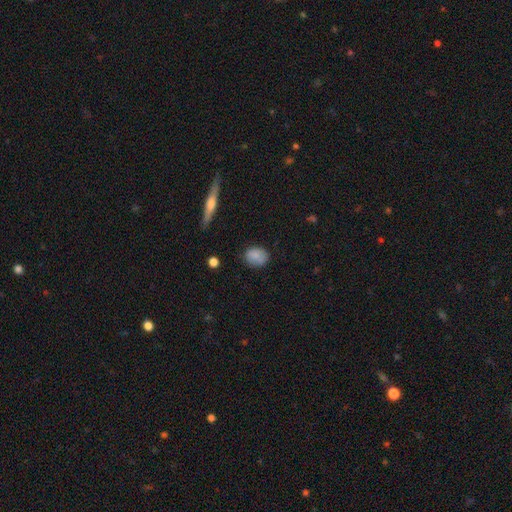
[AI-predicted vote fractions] Smooth or featured?
  - smooth: 83% *
  - featured or disk: 9%
  - star or artifact: 9%
How rounded?
  - in between: 57% *
  - round: 41%
  - cigar-shaped: 2%
Merging?
  - none: 76% *
  - minor disturbance: 18%
  - major disturbance: 4%
  - merger: 2%